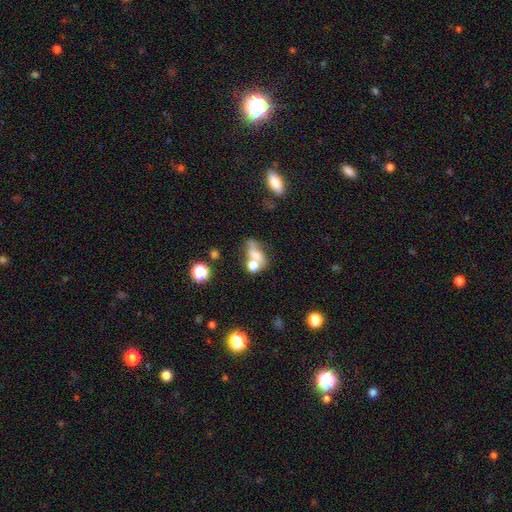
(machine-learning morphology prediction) Overall: smooth (58%; featured or disk 26%). How rounded: in between (68%). Merging: merger (42%; none 31%).